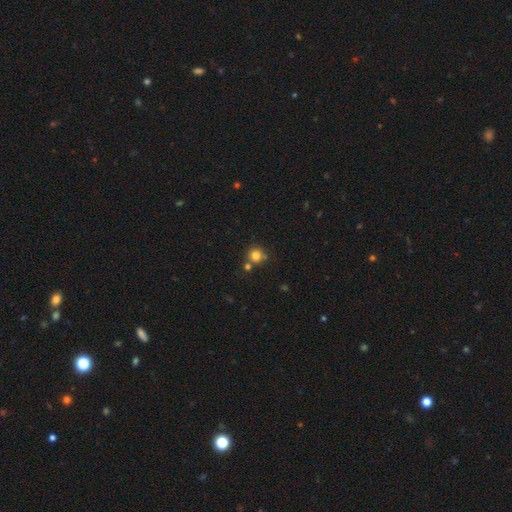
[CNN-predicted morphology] Smooth or featured?
  - smooth: 80% *
  - star or artifact: 13%
  - featured or disk: 7%
How rounded?
  - round: 91% *
  - in between: 8%
  - cigar-shaped: 1%
Merging?
  - none: 67% *
  - merger: 18%
  - minor disturbance: 11%
  - major disturbance: 3%